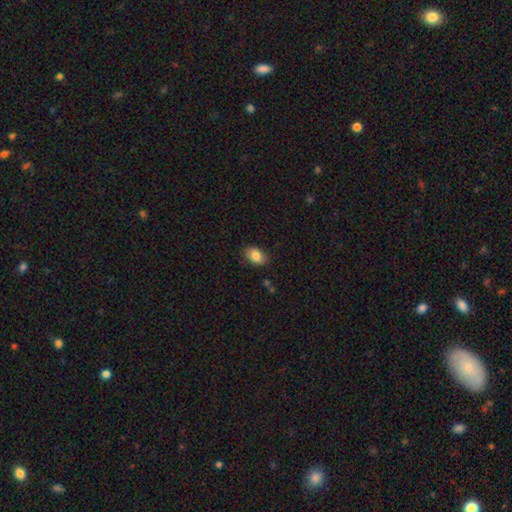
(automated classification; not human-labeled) Smooth or featured: smooth — 83% (featured or disk — 9%)
How rounded: in between — 87% (round — 12%)
Merging: none — 82% (minor disturbance — 14%)